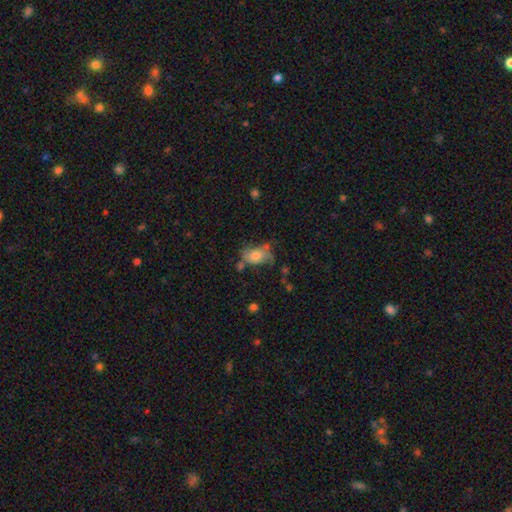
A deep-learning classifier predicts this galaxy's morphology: This is likely a smooth galaxy (60%). How rounded: clearly in between (82%). Merging: marginally none (38%).